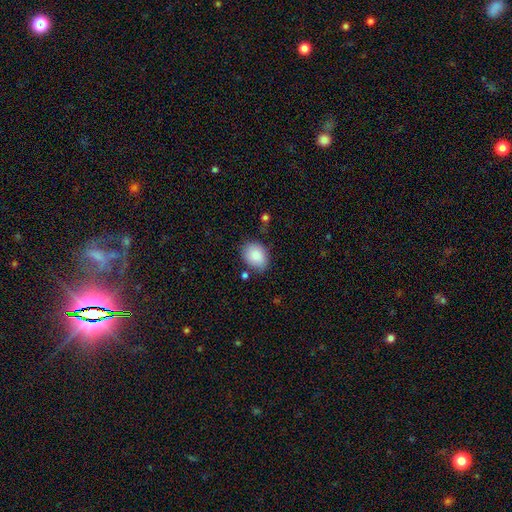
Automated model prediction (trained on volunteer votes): Smooth or featured: smooth — 87% (star or artifact — 7%)
How rounded: in between — 65% (round — 35%)
Merging: none — 74% (minor disturbance — 18%)